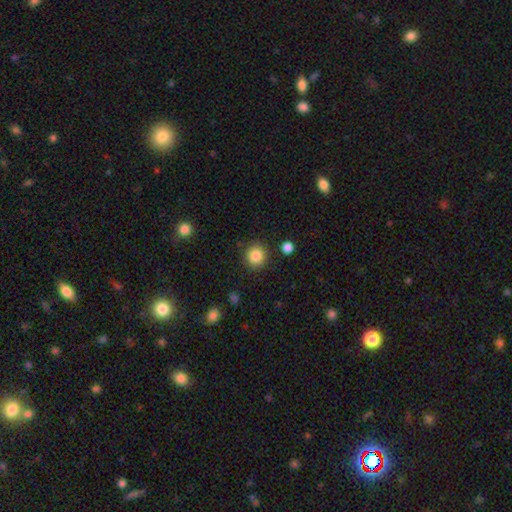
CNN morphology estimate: type=smooth (85%); roundness=round (91%); merging=none (88%).